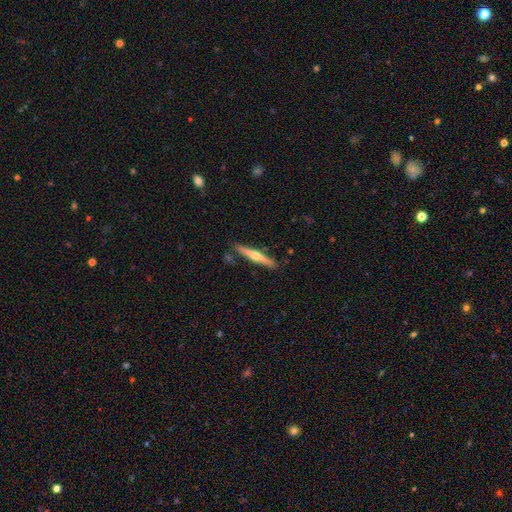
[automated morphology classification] smooth_or_featured: featured or disk (p=0.62) [alt: smooth p=0.32]
disk_edge_on: yes (p=0.97) [alt: no p=0.03]
edge_on_bulge: rounded (p=0.90) [alt: none p=0.07]
merging: none (p=0.86) [alt: minor disturbance p=0.09]